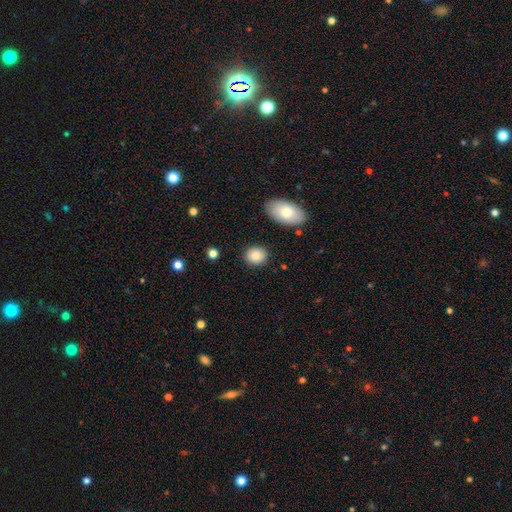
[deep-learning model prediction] Morphology: type=smooth (86%); roundness=round (58%); merging=none (86%).